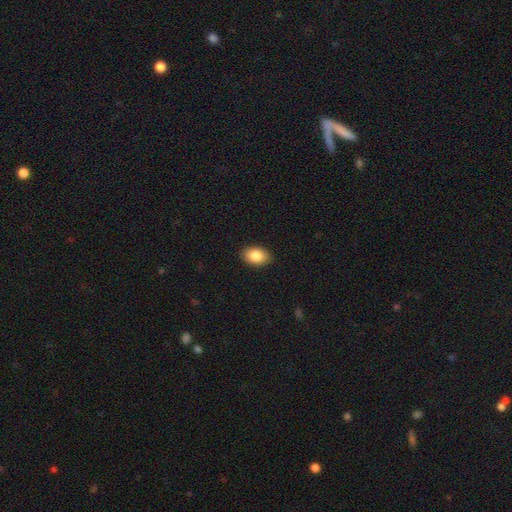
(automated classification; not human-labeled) smooth 85%, featured or disk 8%, star or artifact 7%. Down the decision tree: how rounded — in between (88%); merging — none (90%).